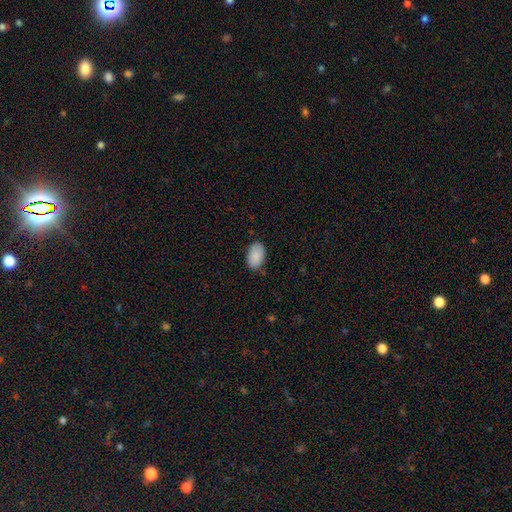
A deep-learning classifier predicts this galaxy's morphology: The model was most divided on "merging": none: 82%, minor disturbance: 15%, major disturbance: 2%, merger: 1%. More confident: how rounded — in between (93%); smooth or featured — smooth (89%).